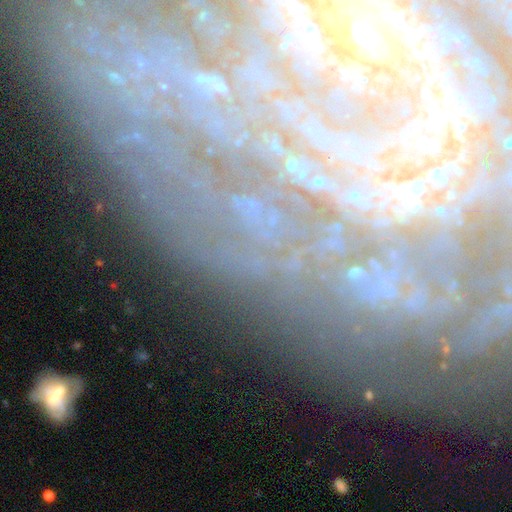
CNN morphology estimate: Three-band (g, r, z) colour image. It shows a featured or disk galaxy (52%). Merging: none (71%).